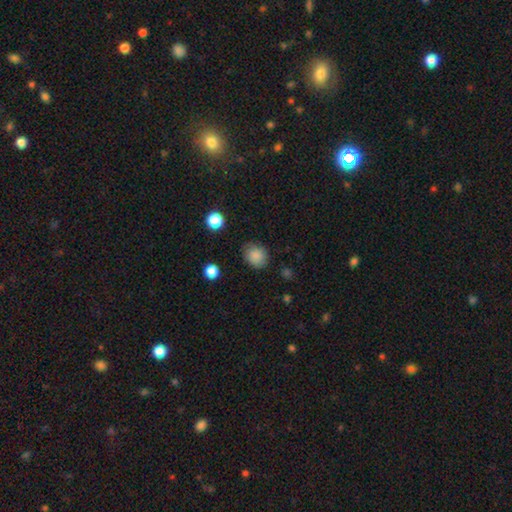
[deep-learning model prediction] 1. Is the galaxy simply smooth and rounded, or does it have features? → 85% smooth, 10% star or artifact, 5% featured or disk.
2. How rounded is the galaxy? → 68% round, 31% in between, 1% cigar-shaped.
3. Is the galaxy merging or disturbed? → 76% none, 18% minor disturbance, 4% major disturbance, 2% merger.